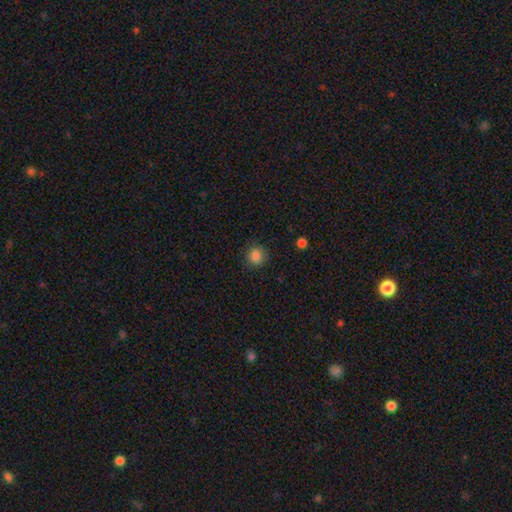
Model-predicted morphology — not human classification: Smooth or featured: smooth — 85% (star or artifact — 11%)
How rounded: round — 85% (in between — 14%)
Merging: none — 87% (minor disturbance — 9%)